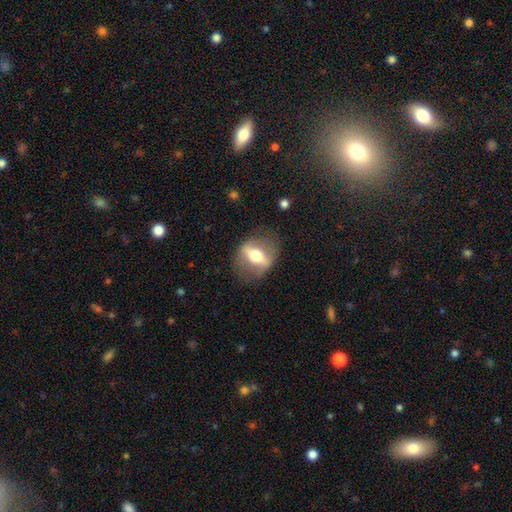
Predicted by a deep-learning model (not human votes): Smooth or featured: featured or disk — 68% (smooth — 25%)
Edge-on disk: no — 56% (yes — 44%)
Merging: none — 77% (minor disturbance — 13%)